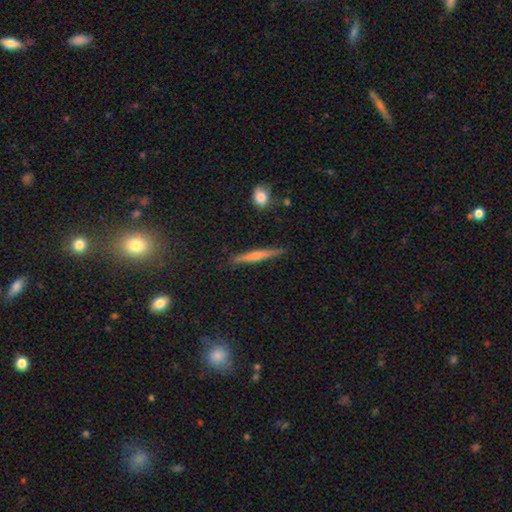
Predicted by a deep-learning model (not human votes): Overall: featured or disk (54%; smooth 39%). Edge-on disk: yes (97%). Edge-on bulge: rounded (62%; none 29%). Merging: none (88%).